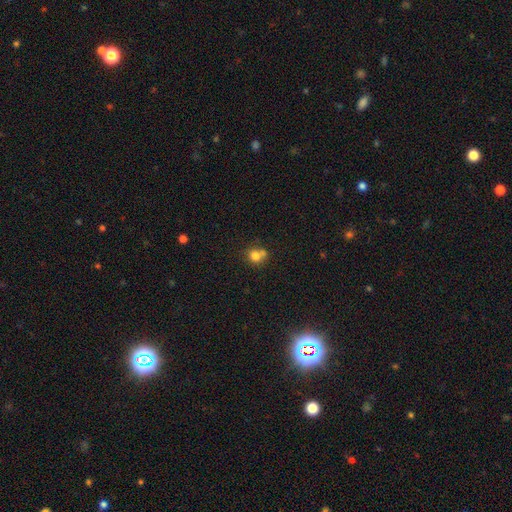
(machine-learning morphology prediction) The model was most divided on "merging": none: 47%, merger: 38%, minor disturbance: 10%, major disturbance: 4%. More confident: how rounded — round (79%); smooth or featured — smooth (78%).